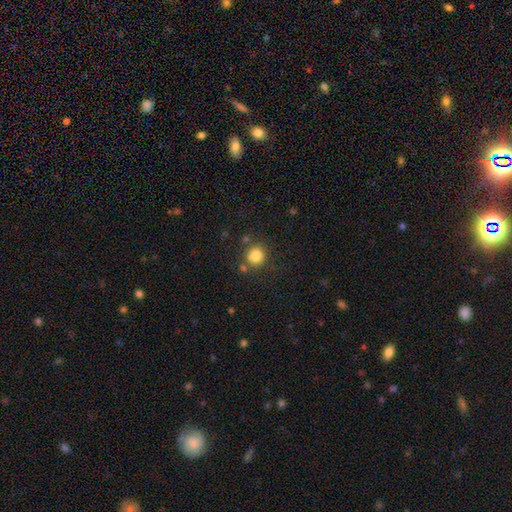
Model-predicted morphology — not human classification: smooth_or_featured: smooth (p=0.83) [alt: star or artifact p=0.11]
how_rounded: round (p=0.90) [alt: in between p=0.09]
merging: none (p=0.75) [alt: minor disturbance p=0.11]